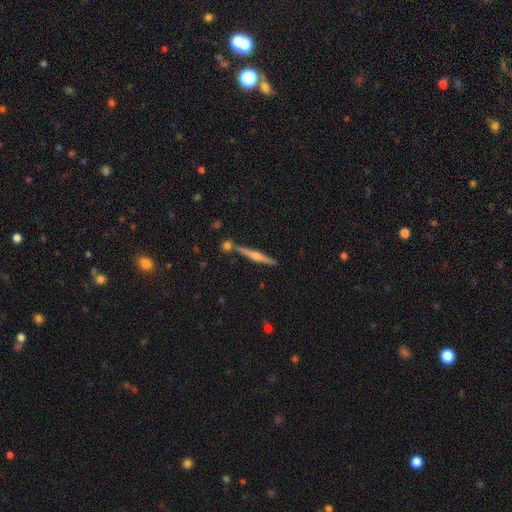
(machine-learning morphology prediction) smooth_or_featured: featured or disk (p=0.76) [alt: smooth p=0.17]
disk_edge_on: yes (p=0.98) [alt: no p=0.02]
edge_on_bulge: rounded (p=0.87) [alt: boxy p=0.07]
merging: none (p=0.82) [alt: minor disturbance p=0.08]